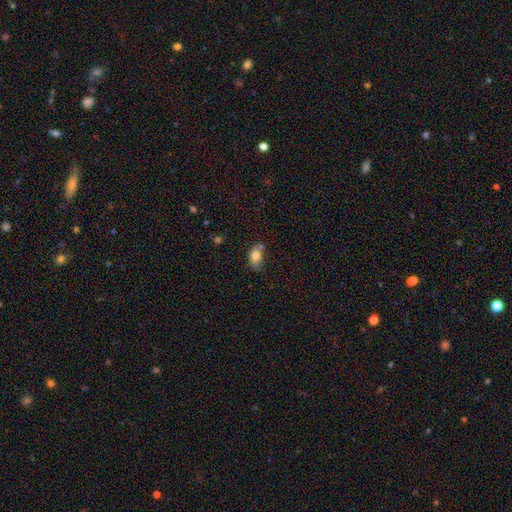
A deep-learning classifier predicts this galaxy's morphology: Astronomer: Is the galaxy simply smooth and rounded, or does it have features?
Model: smooth — 80%.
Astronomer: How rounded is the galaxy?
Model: in between — 84%.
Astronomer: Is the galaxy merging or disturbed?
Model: none — 53%.